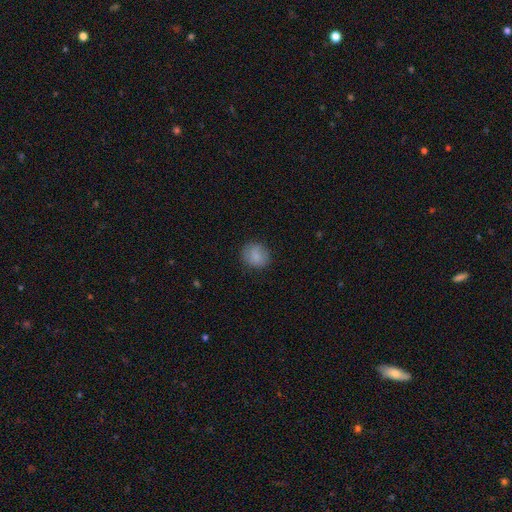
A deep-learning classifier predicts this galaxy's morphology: smooth_or_featured: smooth (p=0.82) [alt: featured or disk p=0.10]
how_rounded: round (p=0.80) [alt: in between p=0.19]
merging: none (p=0.83) [alt: minor disturbance p=0.13]